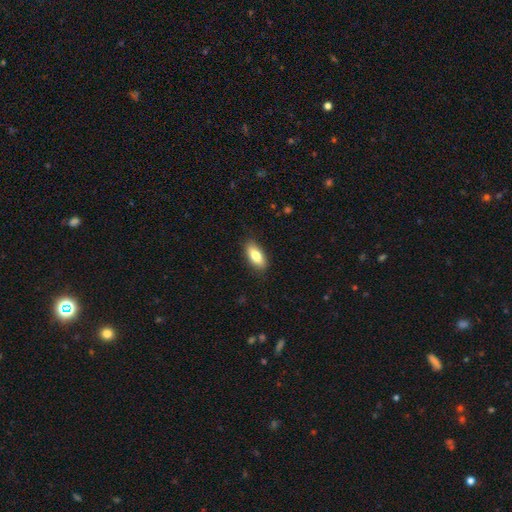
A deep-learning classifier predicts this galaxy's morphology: A smooth galaxy with no disk features (80%) that is in between round and cigar-shaped (85%).

Vote fractions:
- Smooth or featured? smooth: 80% / featured or disk: 14% / star or artifact: 6%
- How rounded? in between: 85% / cigar-shaped: 12% / round: 3%
- Merging? none: 87% / minor disturbance: 10% / major disturbance: 2% / merger: 1%